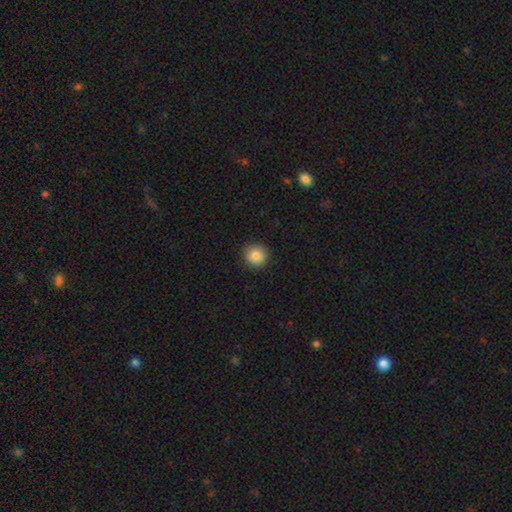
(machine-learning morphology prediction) A smooth galaxy with no disk features (87%) that is round (93%).

Vote fractions:
- Smooth or featured? smooth: 87% / star or artifact: 9% / featured or disk: 4%
- How rounded? round: 93% / in between: 6% / cigar-shaped: 1%
- Merging? none: 91% / minor disturbance: 6% / major disturbance: 2% / merger: 1%